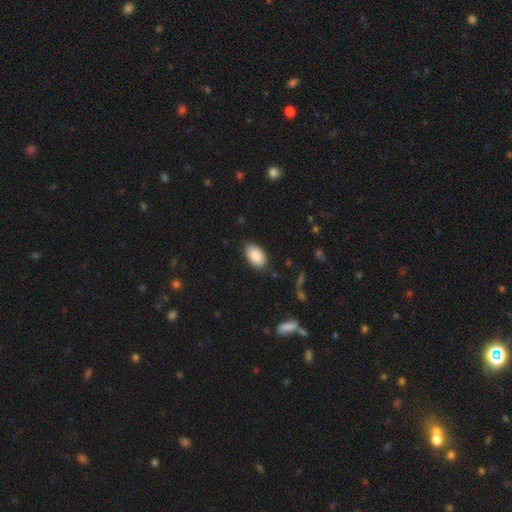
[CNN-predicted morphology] Smooth or featured?
  - smooth: 88% *
  - star or artifact: 7%
  - featured or disk: 5%
How rounded?
  - in between: 93% *
  - round: 6%
  - cigar-shaped: 1%
Merging?
  - none: 86% *
  - minor disturbance: 10%
  - major disturbance: 2%
  - merger: 1%